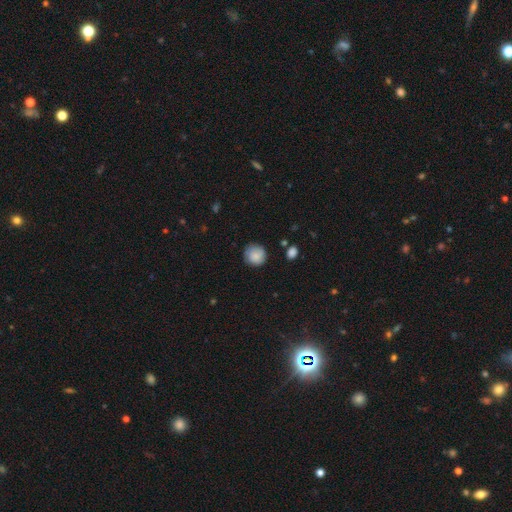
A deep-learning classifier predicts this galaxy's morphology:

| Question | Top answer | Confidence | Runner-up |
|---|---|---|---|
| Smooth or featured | smooth | 83% | featured or disk (9%) |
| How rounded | round | 91% | in between (8%) |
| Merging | none | 80% | minor disturbance (15%) |